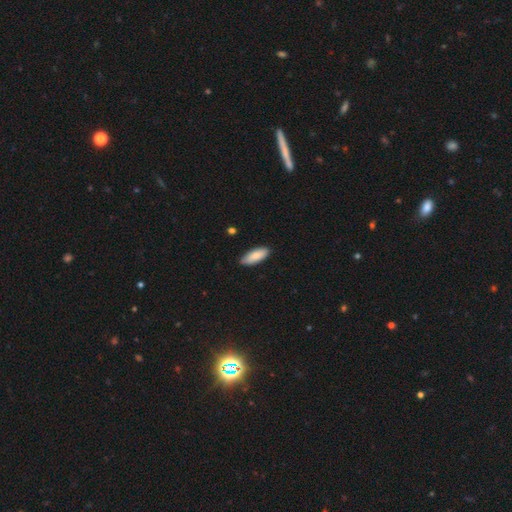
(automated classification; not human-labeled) Smooth or featured? Predicted: smooth (p=0.86). How rounded? Predicted: in between (p=0.77). Merging? Predicted: none (p=0.87).